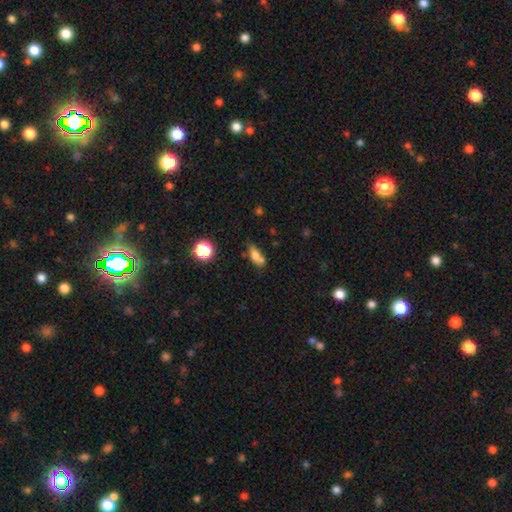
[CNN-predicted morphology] type=smooth (70%); roundness=in between (69%); merging=none (43%).